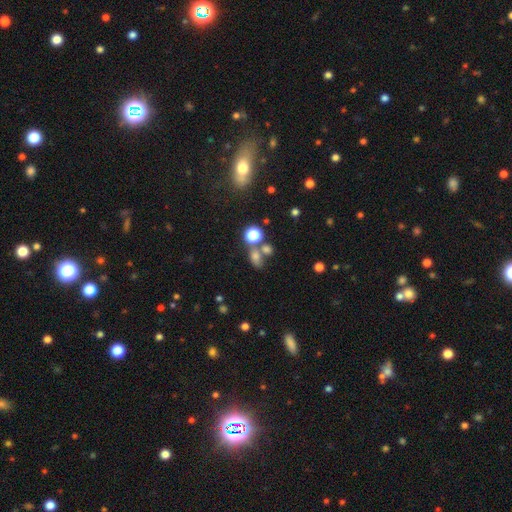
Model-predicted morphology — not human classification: Smooth or featured: smooth — 67% (star or artifact — 21%)
How rounded: in between — 62% (round — 34%)
Merging: none — 49% (merger — 31%)